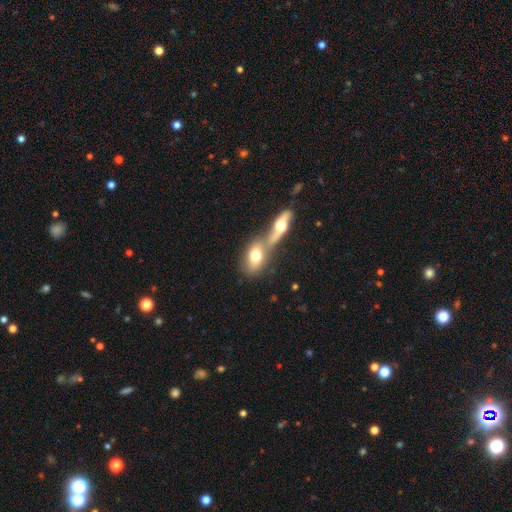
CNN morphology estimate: smooth 69%, featured or disk 25%, star or artifact 7%. Down the decision tree: how rounded — in between (80%); merging — merger (66%).